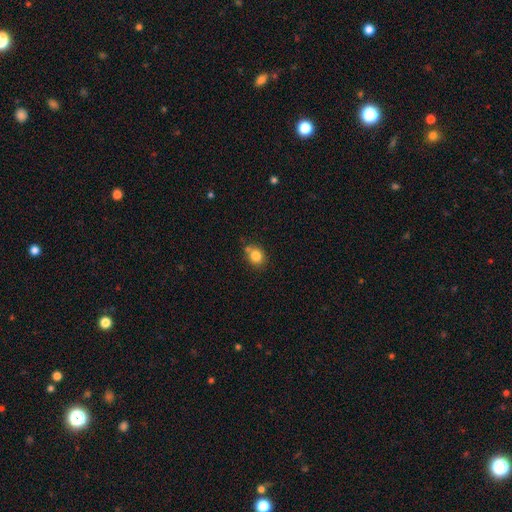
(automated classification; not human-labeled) The model was most divided on "how rounded": round: 71%, in between: 28%, cigar-shaped: 1%. More confident: smooth or featured — smooth (82%); merging — none (64%).